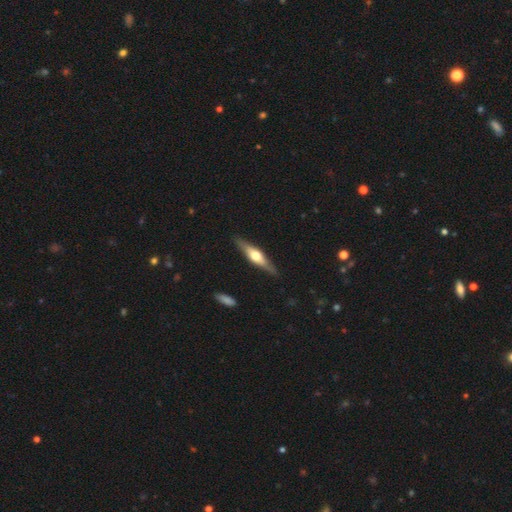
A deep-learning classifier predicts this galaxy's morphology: Overall: featured or disk (60%; smooth 35%). Edge-on disk: yes (94%). Edge-on bulge: rounded (92%). Merging: none (87%).